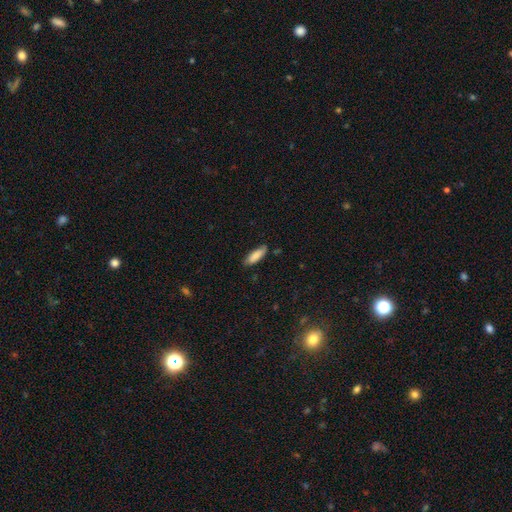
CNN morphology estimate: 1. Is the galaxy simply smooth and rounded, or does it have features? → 85% smooth, 9% featured or disk, 6% star or artifact.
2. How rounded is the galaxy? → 56% in between, 42% cigar-shaped, 1% round.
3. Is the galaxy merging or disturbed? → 79% none, 17% minor disturbance, 3% major disturbance, 2% merger.